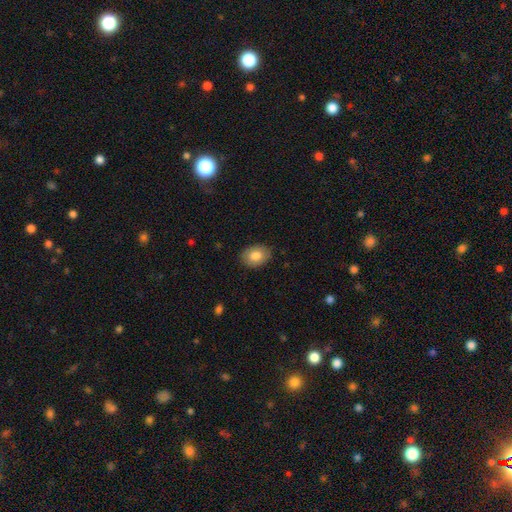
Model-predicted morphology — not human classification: This appears to be a smooth galaxy with no disk features (81%) that is in between round and cigar-shaped (72%). Merging: none (86%).